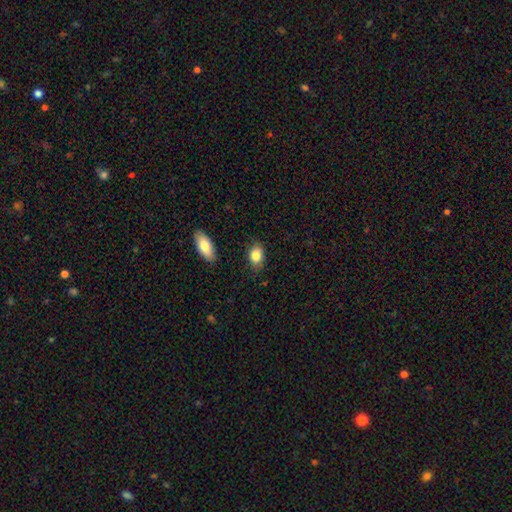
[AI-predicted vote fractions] A smooth galaxy with no disk features (83%) that is in between round and cigar-shaped (83%). Merging: none (78%).